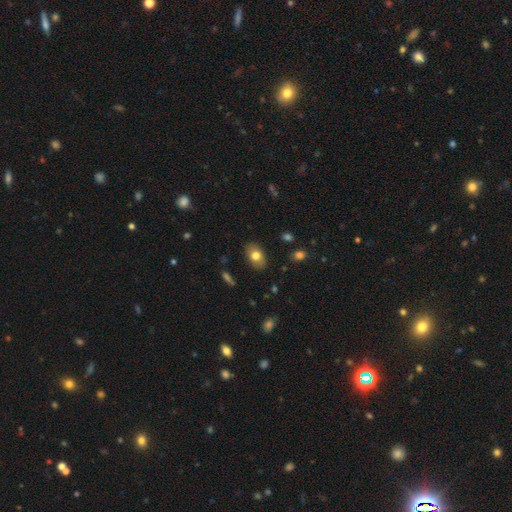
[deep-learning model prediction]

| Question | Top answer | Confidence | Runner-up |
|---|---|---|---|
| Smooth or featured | smooth | 76% | featured or disk (16%) |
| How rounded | in between | 87% | round (12%) |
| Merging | none | 86% | minor disturbance (10%) |